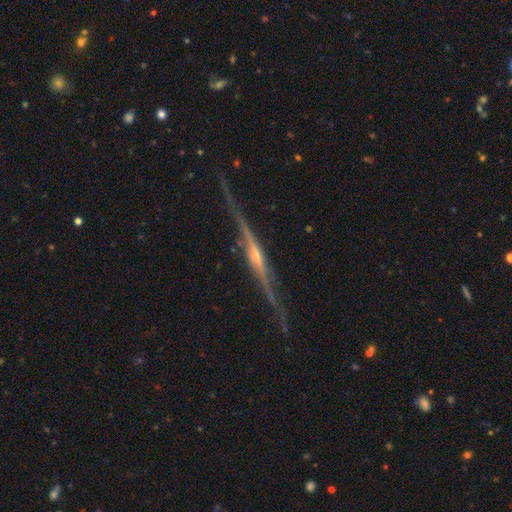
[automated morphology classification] smooth-or-featured: featured or disk: 87% | smooth: 7% | star or artifact: 6%
  disk-edge-on: yes: 97% | no: 3%
    edge-on-bulge: rounded: 65% | none: 18% | boxy: 17%
  merging: none: 75% | minor disturbance: 16% | major disturbance: 6% | merger: 2%